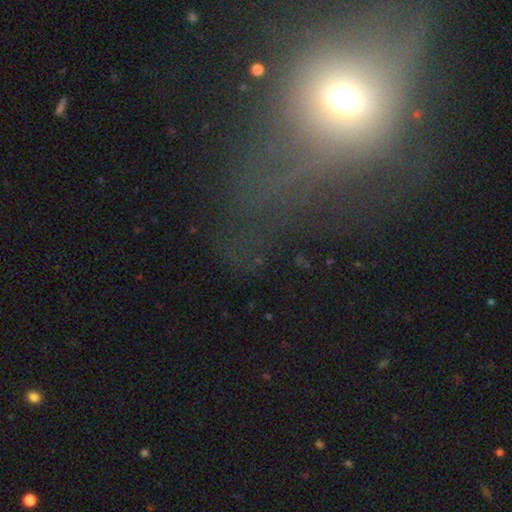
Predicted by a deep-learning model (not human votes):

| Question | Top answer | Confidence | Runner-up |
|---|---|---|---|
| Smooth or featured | star or artifact | 44% | smooth (30%) |